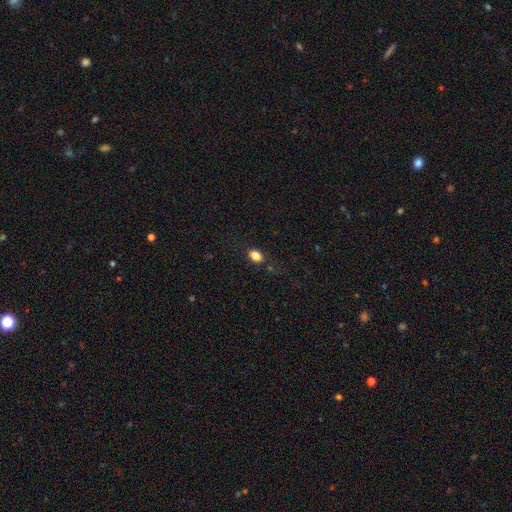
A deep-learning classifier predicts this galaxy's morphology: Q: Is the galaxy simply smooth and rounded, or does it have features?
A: smooth — 83%.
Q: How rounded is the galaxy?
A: in between — 76%.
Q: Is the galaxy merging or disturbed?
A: none — 81%.